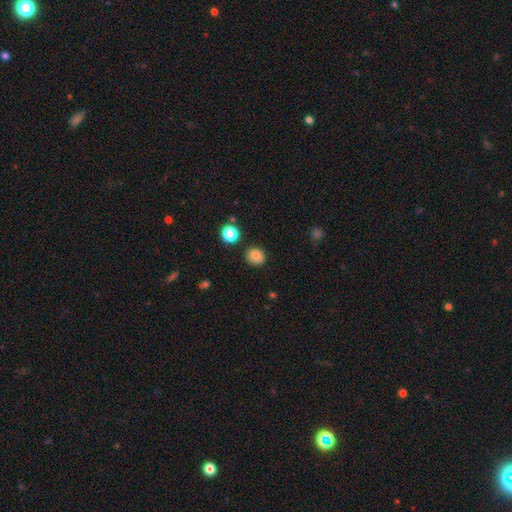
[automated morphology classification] smooth 83%, star or artifact 11%, featured or disk 5%. Down the decision tree: how rounded — round (84%); merging — none (86%).